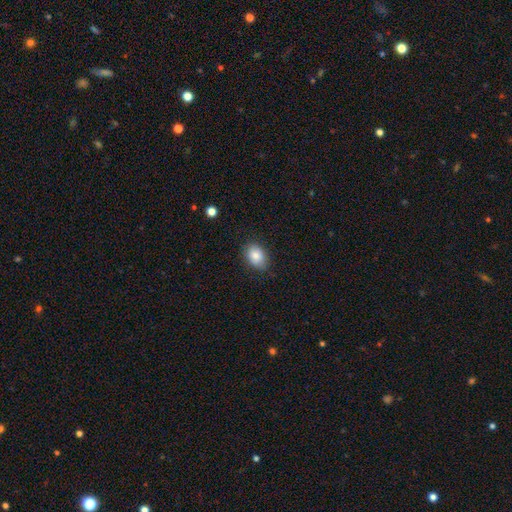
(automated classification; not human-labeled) A smooth galaxy with no disk features (83%) that is in between round and cigar-shaped (77%).

Vote fractions:
- Smooth or featured? smooth: 83% / featured or disk: 9% / star or artifact: 8%
- How rounded? in between: 77% / round: 22% / cigar-shaped: 1%
- Merging? none: 80% / minor disturbance: 16% / major disturbance: 3% / merger: 1%